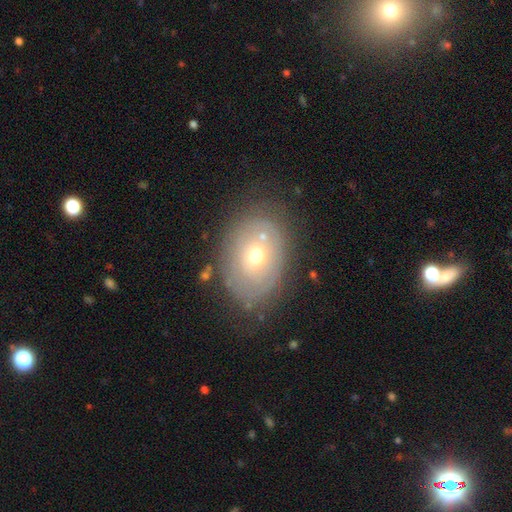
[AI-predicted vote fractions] smooth-or-featured: featured or disk: 48% | smooth: 43% | star or artifact: 10%
  merging: none: 69% | minor disturbance: 19% | major disturbance: 7% | merger: 5%